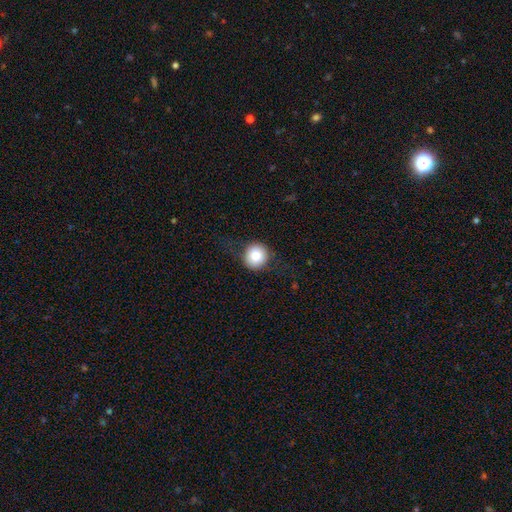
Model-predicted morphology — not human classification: smooth-or-featured: smooth: 80% | featured or disk: 10% | star or artifact: 9%
  how-rounded: round: 92% | in between: 7% | cigar-shaped: 1%
  merging: none: 79% | minor disturbance: 14% | major disturbance: 7% | merger: 1%